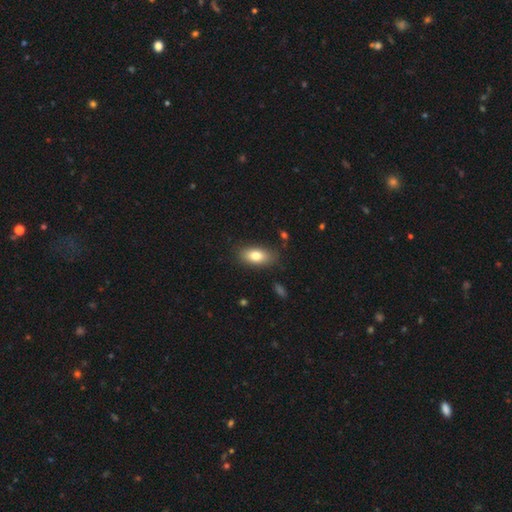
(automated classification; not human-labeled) A smooth galaxy with no disk features (79%) that is in between round and cigar-shaped (88%).

Vote fractions:
- Smooth or featured? smooth: 79% / featured or disk: 14% / star or artifact: 8%
- How rounded? in between: 88% / cigar-shaped: 6% / round: 5%
- Merging? none: 81% / minor disturbance: 14% / major disturbance: 3% / merger: 2%